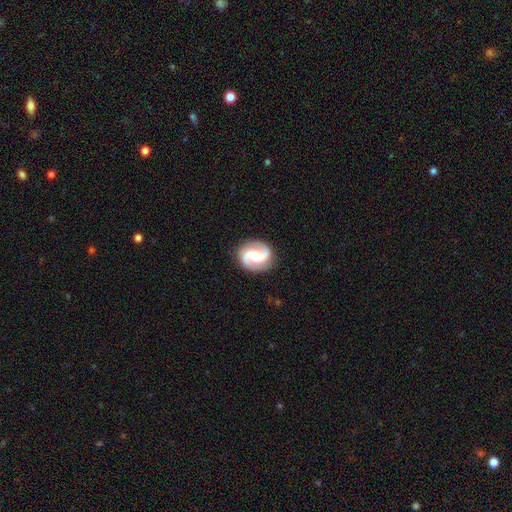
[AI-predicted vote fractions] Smooth or featured? Predicted: featured or disk (p=0.89). Edge-on disk? Predicted: no (p=0.98). Bar? Predicted: no (p=0.42). Spiral arms? Predicted: yes (p=0.98). Spiral winding? Predicted: medium (p=0.55). Spiral arm count? Predicted: 2 (p=0.94). Bulge size? Predicted: moderate (p=0.60). Merging? Predicted: none (p=0.87).